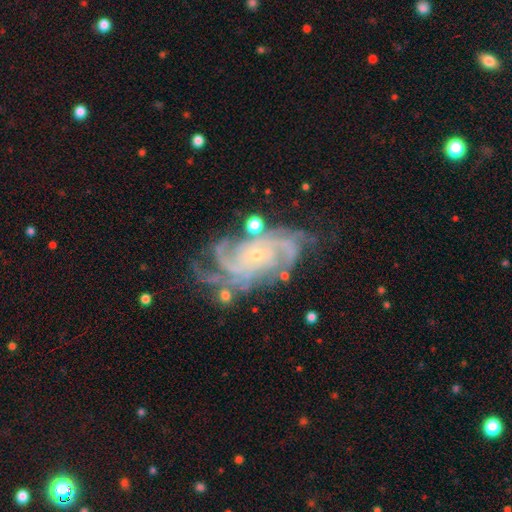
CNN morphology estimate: type=featured or disk (90%); edge-on=no (97%); bar=no (77%); spiral arms=yes (98%); winding=tight (68%); arm count=4 (36%); bulge=small (86%); merging=none (66%).